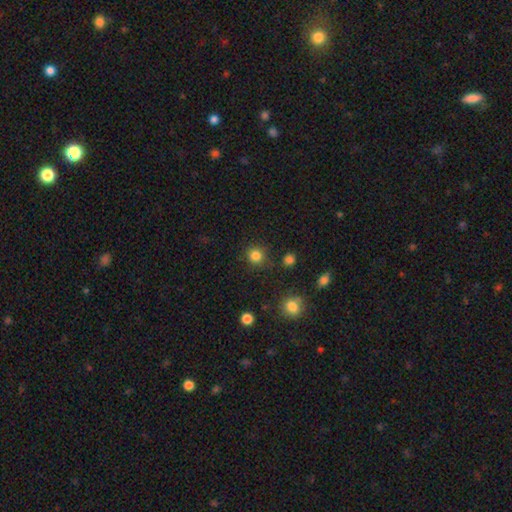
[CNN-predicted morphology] smooth-or-featured: smooth: 83% | star or artifact: 13% | featured or disk: 4%
  how-rounded: round: 92% | in between: 7% | cigar-shaped: 1%
  merging: none: 85% | minor disturbance: 9% | major disturbance: 3% | merger: 3%